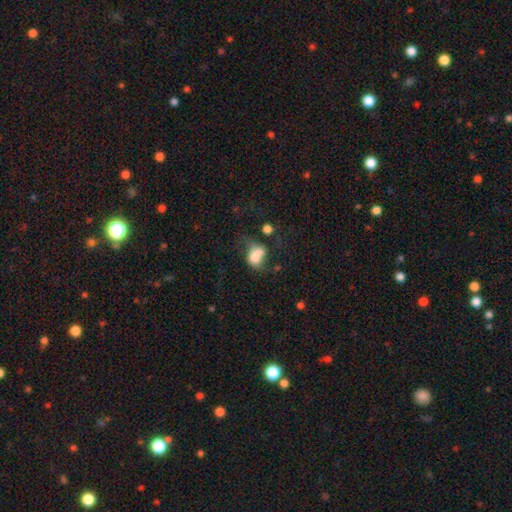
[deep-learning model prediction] Smooth or featured? smooth (66%)
How rounded? in between (62%)
Merging? merger (39%)